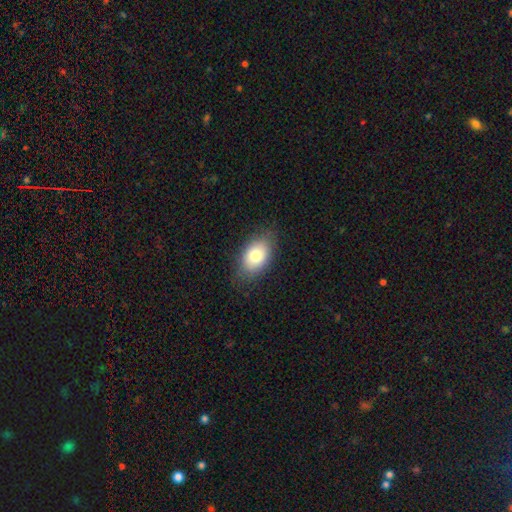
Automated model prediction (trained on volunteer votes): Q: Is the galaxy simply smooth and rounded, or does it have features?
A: smooth — 79%.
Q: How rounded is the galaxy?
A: in between — 88%.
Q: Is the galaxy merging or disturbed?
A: none — 82%.